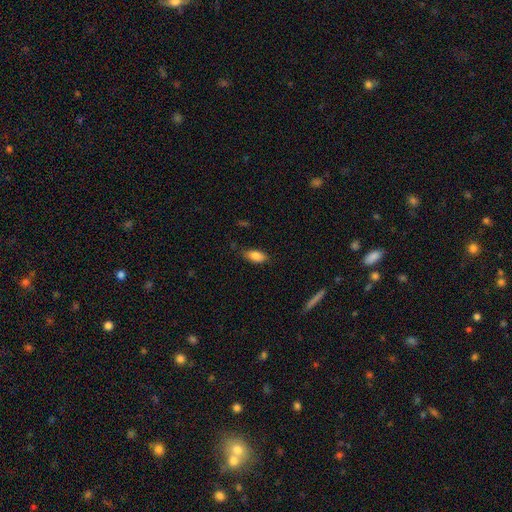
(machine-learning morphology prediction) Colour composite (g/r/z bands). It shows a smooth galaxy with no disk features (83%) that is in between round and cigar-shaped (86%). Merging: none (79%).